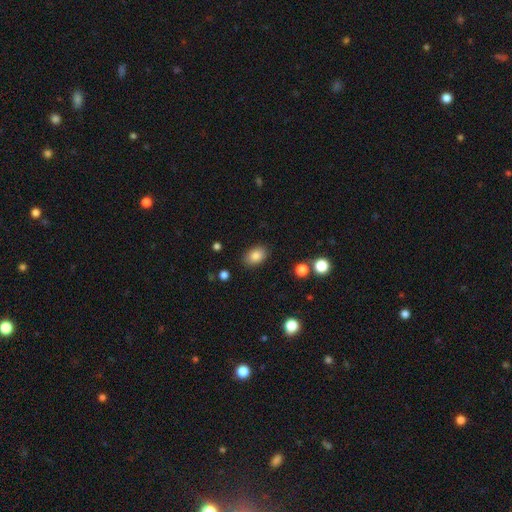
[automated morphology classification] smooth-or-featured: smooth: 85% | star or artifact: 9% | featured or disk: 6%
  how-rounded: in between: 83% | round: 16% | cigar-shaped: 1%
  merging: none: 86% | minor disturbance: 10% | major disturbance: 3% | merger: 1%